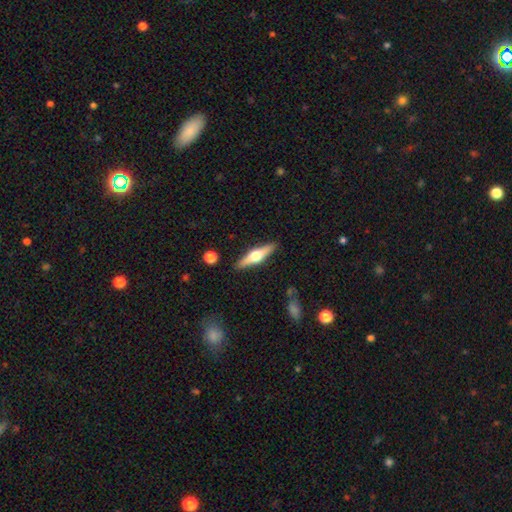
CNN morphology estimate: Smooth or featured?
  - featured or disk: 63% *
  - smooth: 32%
  - star or artifact: 5%
Edge-on disk?
  - yes: 96% *
  - no: 4%
Edge-on bulge?
  - rounded: 95% *
  - boxy: 4%
  - none: 2%
Merging?
  - none: 89% *
  - minor disturbance: 8%
  - major disturbance: 2%
  - merger: 2%